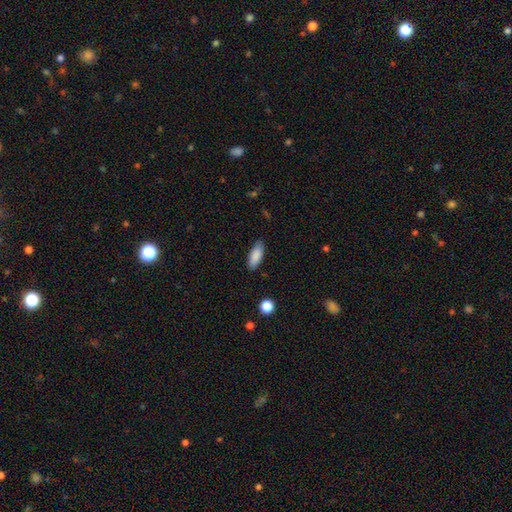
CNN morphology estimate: This is clearly a smooth galaxy (88%). How rounded: likely in between (76%). Merging: clearly none (84%).